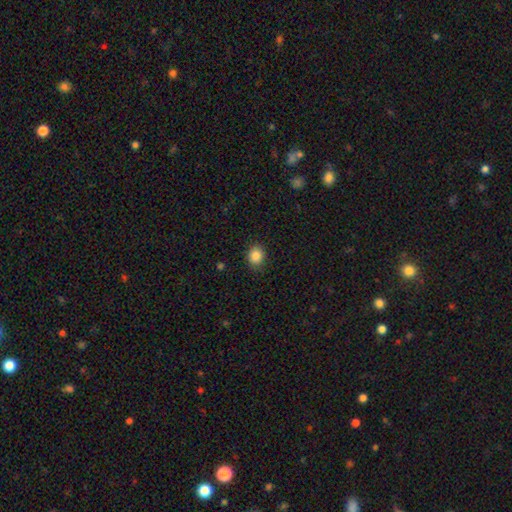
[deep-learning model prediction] smooth 87%, star or artifact 10%, featured or disk 3%. Down the decision tree: how rounded — round (68%); merging — none (86%).